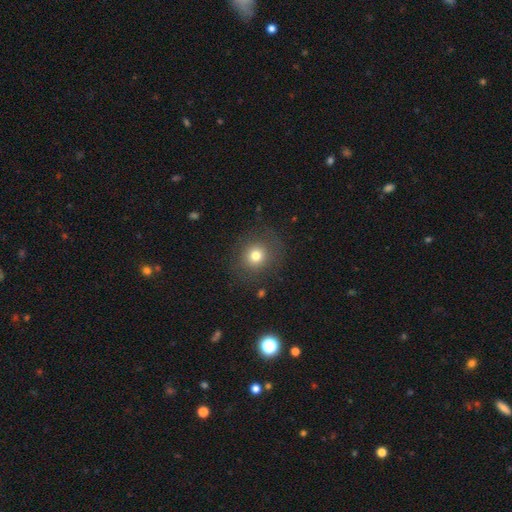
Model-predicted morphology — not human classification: Smooth or featured? smooth (76%)
How rounded? round (86%)
Merging? none (83%)